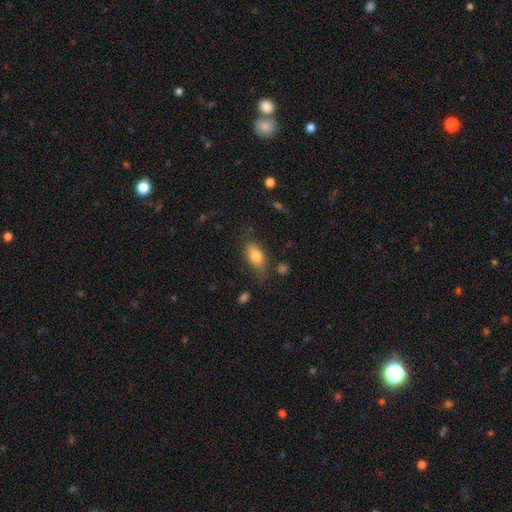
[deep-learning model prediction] This is likely a smooth galaxy (79%). How rounded: clearly in between (87%). Merging: likely none (68%).